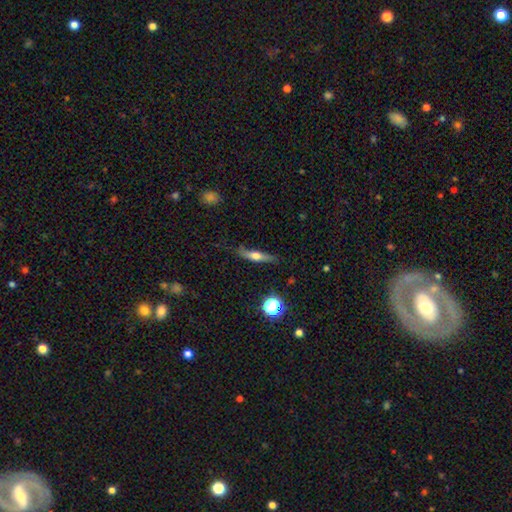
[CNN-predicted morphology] A smooth galaxy with no disk features (47%). Merging: none (75%).